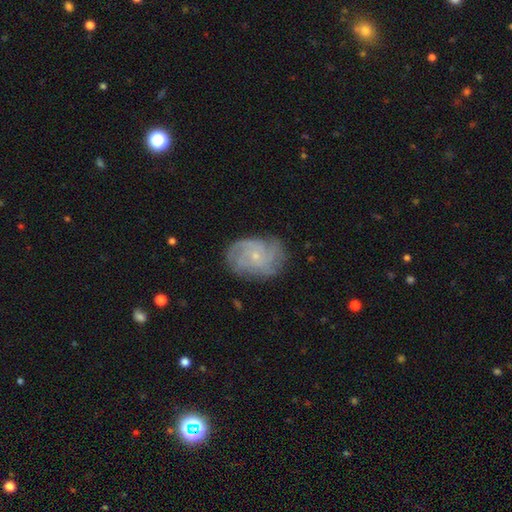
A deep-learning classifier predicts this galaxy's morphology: A featured or disk galaxy (77%) with no bar (76%), tight (53%) spiral arms (94%) and a small central bulge (79%).

Vote fractions:
- Smooth or featured? featured or disk: 77% / smooth: 15% / star or artifact: 7%
- Edge-on disk? no: 97% / yes: 3%
- Bar? no: 76% / weak: 22% / strong: 3%
- Spiral arms? yes: 94% / no: 6%
- Spiral winding? tight: 53% / medium: 36% / loose: 11%
- Spiral arm count? can't tell: 31% / 4: 21% / 3: 21% / 2: 13% / more than 4: 7% / 1: 6%
- Bulge size? small: 79% / moderate: 17% / none: 2% / large: 1% / dominant: 1%
- Merging? none: 76% / minor disturbance: 17% / major disturbance: 6% / merger: 1%